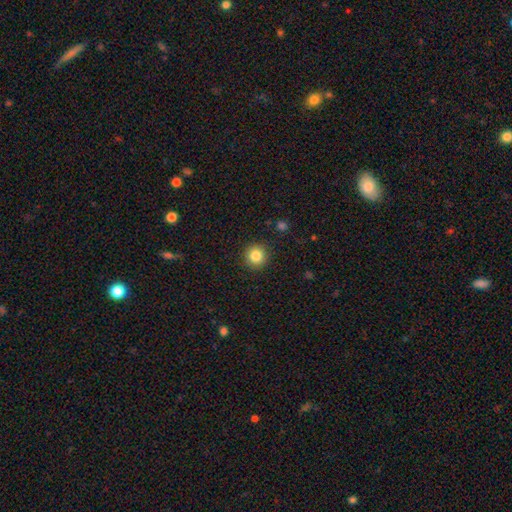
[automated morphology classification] smooth-or-featured: smooth: 84% | star or artifact: 11% | featured or disk: 6%
  how-rounded: round: 94% | in between: 5% | cigar-shaped: 1%
  merging: none: 91% | minor disturbance: 6% | major disturbance: 2% | merger: 1%